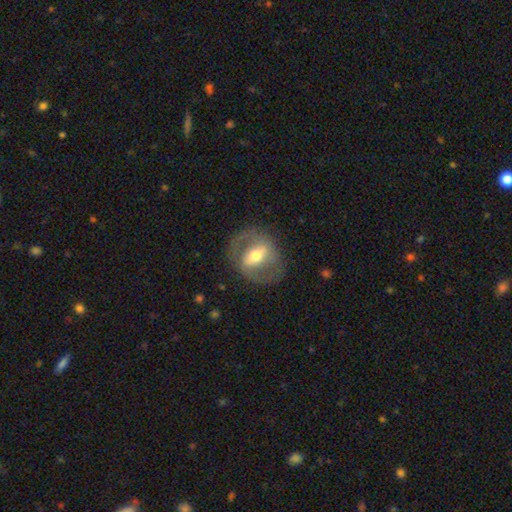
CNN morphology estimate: Smooth or featured?
  - featured or disk: 70% *
  - smooth: 24%
  - star or artifact: 6%
Edge-on disk?
  - no: 90% *
  - yes: 10%
Bar?
  - strong: 54% *
  - weak: 31%
  - no: 15%
Spiral arms?
  - yes: 54% *
  - no: 46%
Bulge size?
  - moderate: 66% *
  - small: 19%
  - large: 12%
  - dominant: 1%
  - none: 1%
Merging?
  - none: 77% *
  - minor disturbance: 12%
  - major disturbance: 9%
  - merger: 1%